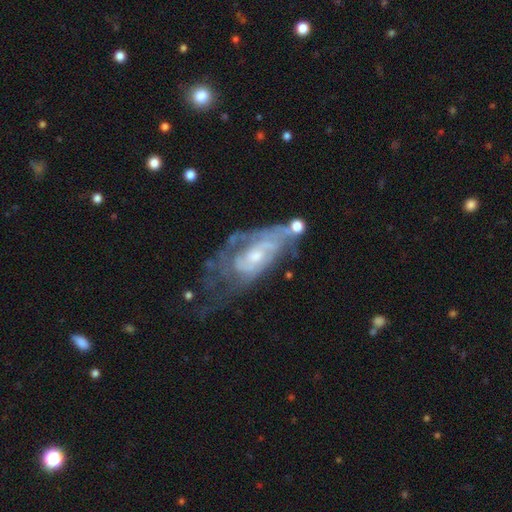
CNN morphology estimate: Smooth or featured?
  - featured or disk: 80% *
  - smooth: 13%
  - star or artifact: 7%
Edge-on disk?
  - no: 91% *
  - yes: 9%
Bar?
  - no: 65% *
  - weak: 29%
  - strong: 6%
Spiral arms?
  - yes: 82% *
  - no: 18%
Spiral winding?
  - tight: 56% *
  - medium: 32%
  - loose: 12%
Spiral arm count?
  - can't tell: 50% *
  - 2: 26%
  - 1: 10%
  - 3: 8%
  - 4: 3%
  - more than 4: 3%
Bulge size?
  - small: 51% *
  - moderate: 41%
  - none: 4%
  - large: 3%
  - dominant: 1%
Merging?
  - none: 37% *
  - major disturbance: 30%
  - minor disturbance: 25%
  - merger: 8%